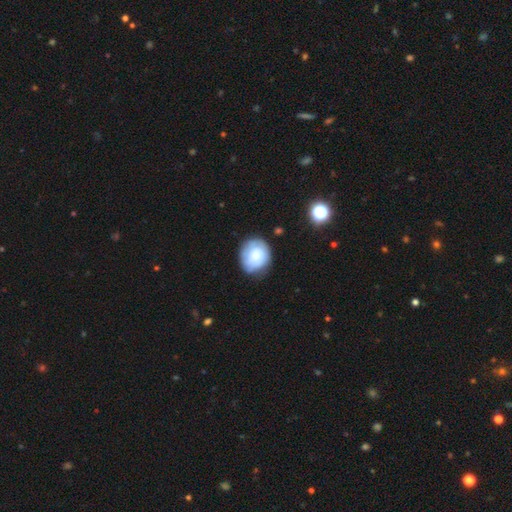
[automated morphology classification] A smooth galaxy with no disk features (69%) that is round (69%). Merging: none (70%).